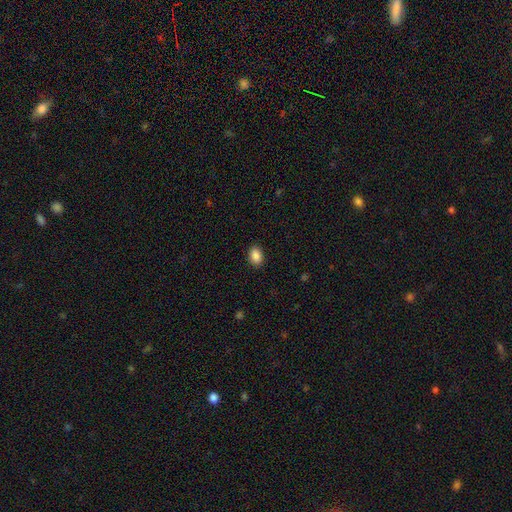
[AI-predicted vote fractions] Morphology: type=smooth (88%); roundness=in between (78%); merging=none (89%).